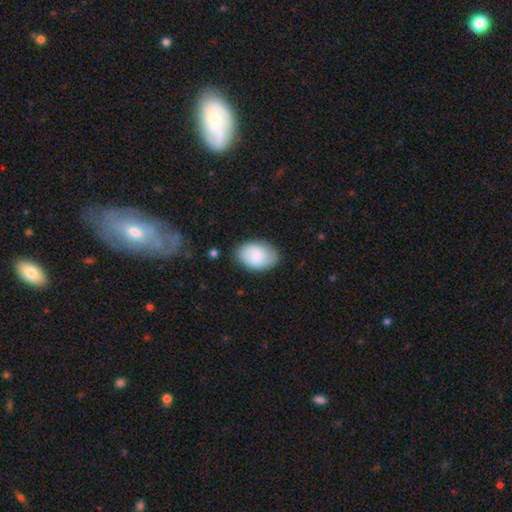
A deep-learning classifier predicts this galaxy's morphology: Smooth or featured: smooth — 82% (featured or disk — 12%)
How rounded: in between — 88% (round — 10%)
Merging: none — 76% (minor disturbance — 18%)